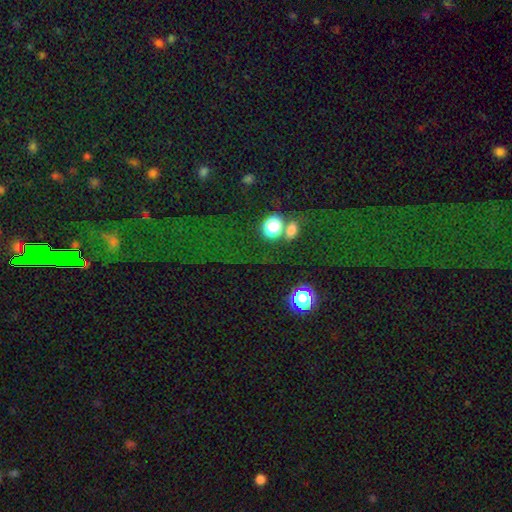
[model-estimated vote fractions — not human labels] This appears to be a star or artifact, not a galaxy (76%).